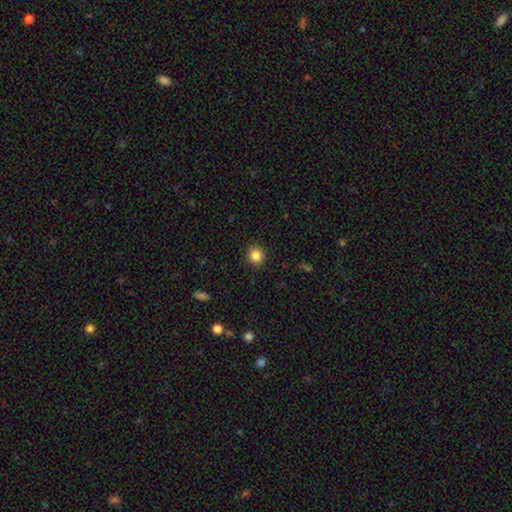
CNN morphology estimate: smooth-or-featured: smooth: 85% | star or artifact: 11% | featured or disk: 4%
  how-rounded: round: 89% | in between: 10% | cigar-shaped: 1%
  merging: none: 91% | minor disturbance: 6% | major disturbance: 2% | merger: 1%